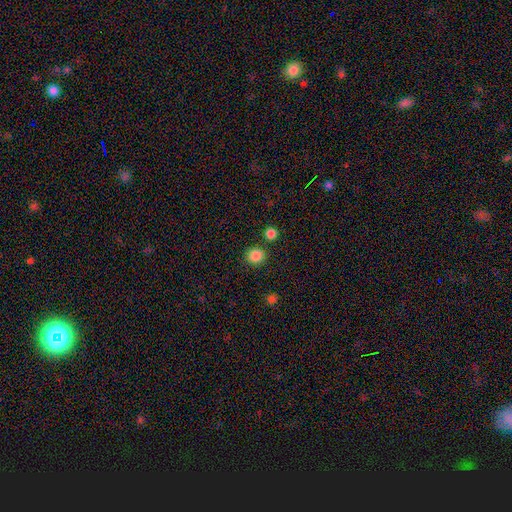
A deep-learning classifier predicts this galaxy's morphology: Q: Smooth or featured?
A: smooth (85%); runner-up: star or artifact (11%)
Q: How rounded?
A: round (89%); runner-up: in between (10%)
Q: Merging?
A: none (86%); runner-up: minor disturbance (6%)